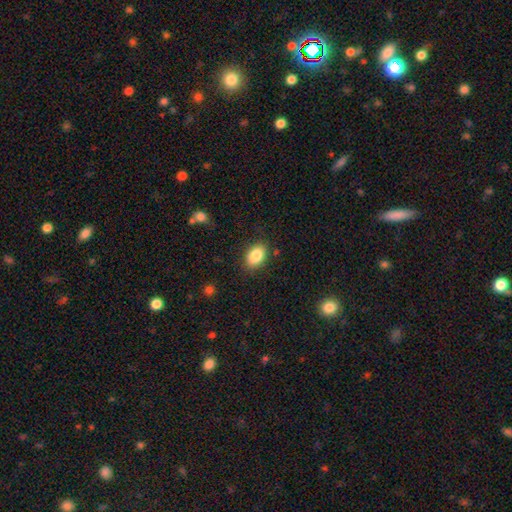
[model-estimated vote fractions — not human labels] Smooth or featured: smooth — 86% (star or artifact — 8%)
How rounded: in between — 86% (round — 12%)
Merging: none — 85% (minor disturbance — 11%)